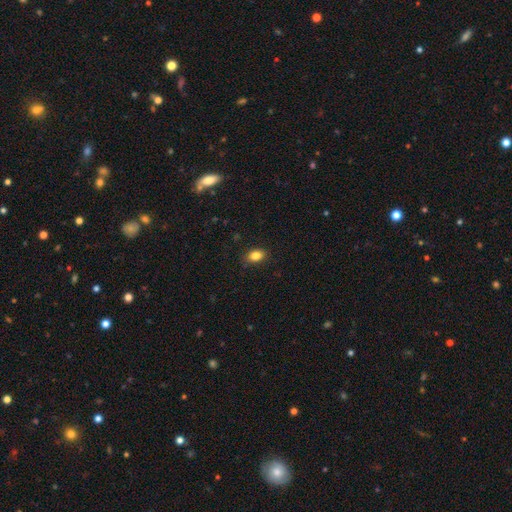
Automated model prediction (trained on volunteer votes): smooth_or_featured: smooth (p=0.84) [alt: star or artifact p=0.10]
how_rounded: in between (p=0.79) [alt: round p=0.20]
merging: none (p=0.85) [alt: minor disturbance p=0.11]